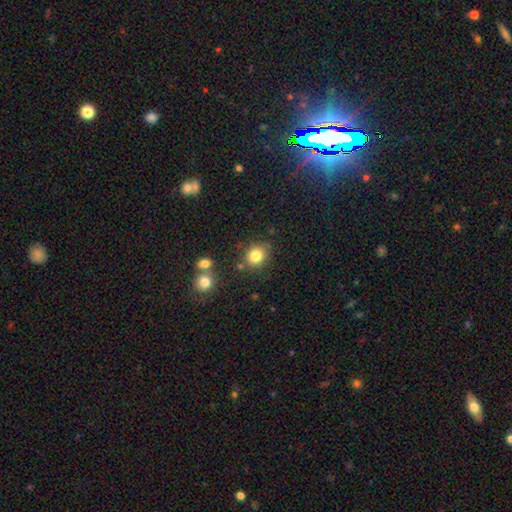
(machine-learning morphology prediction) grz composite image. It shows a smooth galaxy with no disk features (83%) that is round (71%). Merging: none (74%).